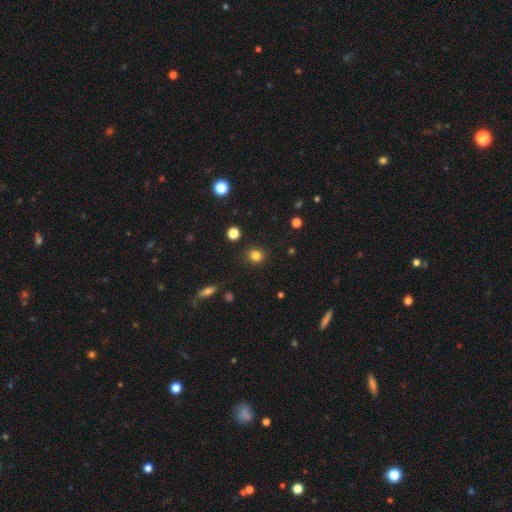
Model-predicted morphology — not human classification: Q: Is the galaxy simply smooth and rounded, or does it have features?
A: smooth — 82%.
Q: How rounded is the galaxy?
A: round — 83%.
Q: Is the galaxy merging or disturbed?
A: none — 90%.